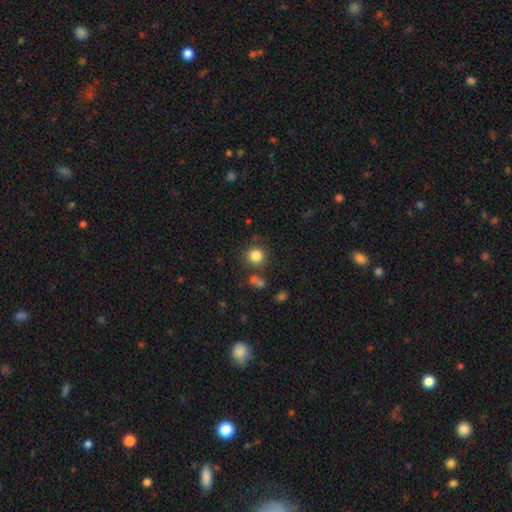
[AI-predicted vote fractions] Morphology: type=smooth (83%); roundness=round (91%); merging=none (81%).